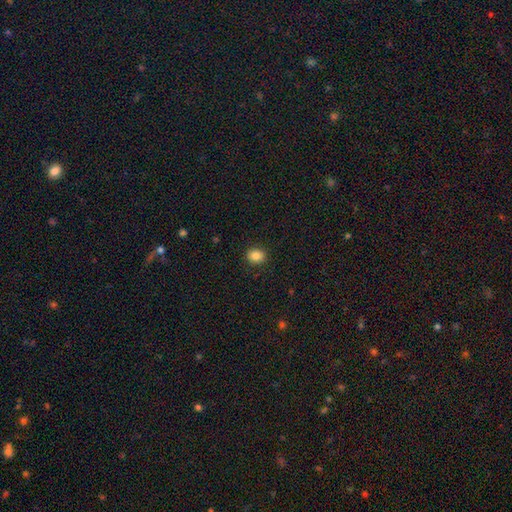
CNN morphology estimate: This appears to be a smooth galaxy with no disk features (86%) that is round (60%). Merging: none (90%).